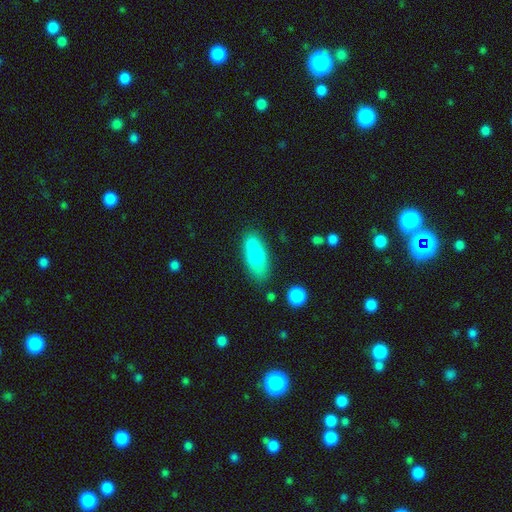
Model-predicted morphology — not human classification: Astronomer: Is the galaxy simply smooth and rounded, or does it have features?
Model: smooth — 68%.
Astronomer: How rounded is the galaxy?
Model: in between — 76%.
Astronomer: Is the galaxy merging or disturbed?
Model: merger — 45% (runner-up: none, 37%).